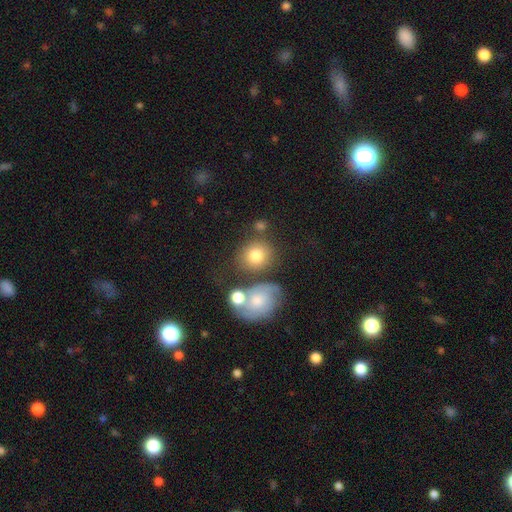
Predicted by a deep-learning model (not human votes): This appears to be a smooth galaxy with no disk features (75%) that is round (77%). Merging: none (61%).